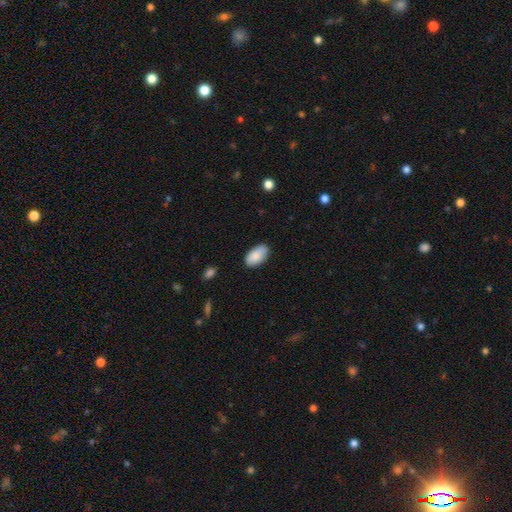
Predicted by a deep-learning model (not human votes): Overall: smooth (87%). How rounded: in between (95%). Merging: none (83%).